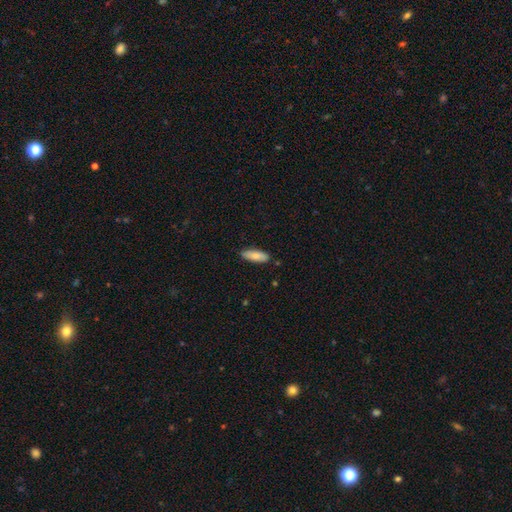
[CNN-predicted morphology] This appears to be a smooth galaxy with no disk features (81%) that is in between round and cigar-shaped (67%). Merging: none (86%).